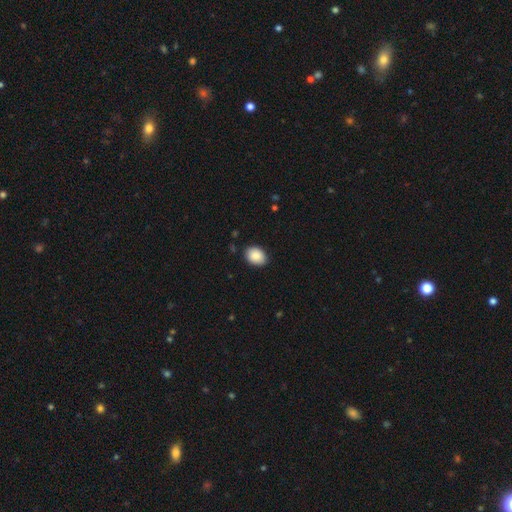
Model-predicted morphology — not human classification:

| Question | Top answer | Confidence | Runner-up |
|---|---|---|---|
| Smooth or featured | smooth | 89% | star or artifact (7%) |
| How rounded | in between | 68% | round (31%) |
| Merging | none | 86% | minor disturbance (11%) |